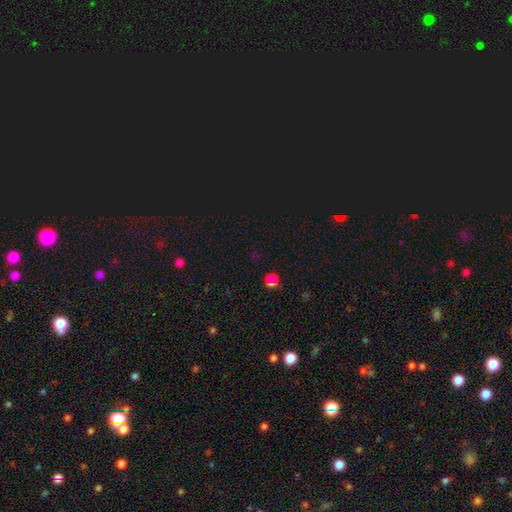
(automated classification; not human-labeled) This is likely a star or artifact rather than a galaxy (61%).